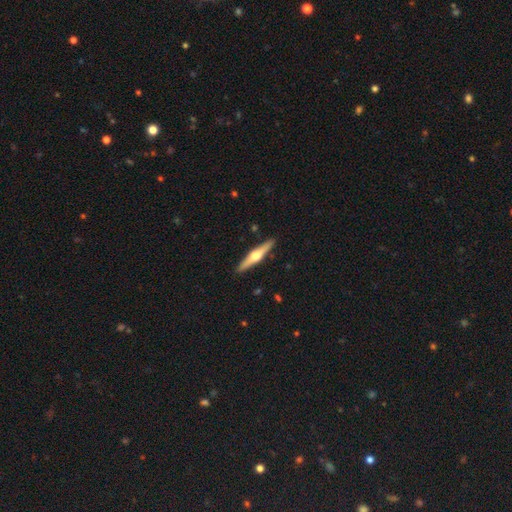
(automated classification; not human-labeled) The model was most divided on "smooth or featured": featured or disk: 67%, smooth: 28%, star or artifact: 5%. More confident: edge-on disk — yes (97%); edge-on bulge — rounded (95%); merging — none (91%).